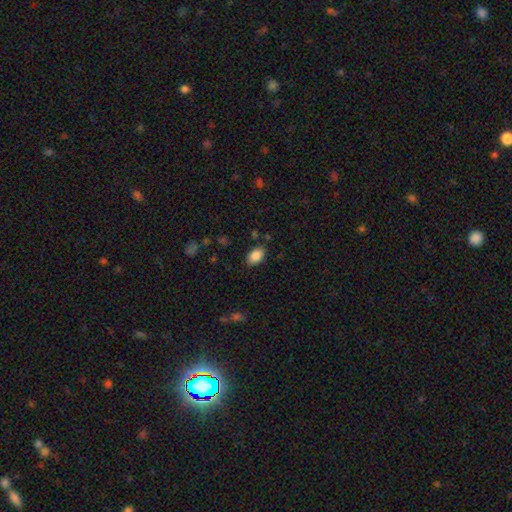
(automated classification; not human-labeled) This is clearly a smooth galaxy (87%). How rounded: clearly in between (90%). Merging: clearly none (84%).